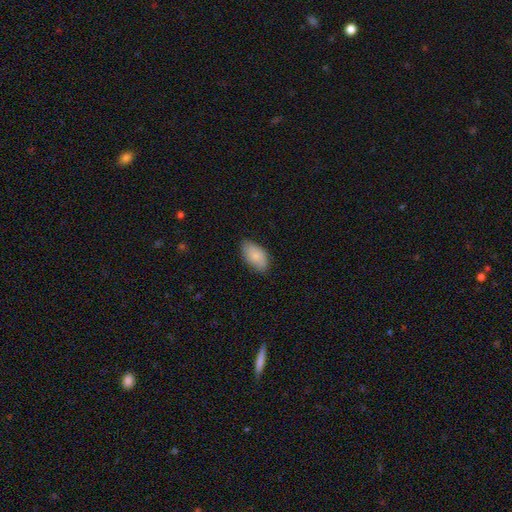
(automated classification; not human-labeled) Overall: smooth (80%). How rounded: in between (94%). Merging: none (78%).